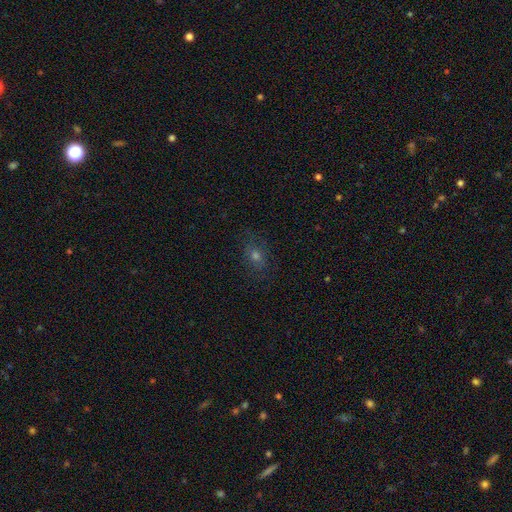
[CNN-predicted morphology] Smooth or featured: smooth — 52% (star or artifact — 27%)
How rounded: round — 50% (in between — 48%)
Merging: none — 77% (minor disturbance — 15%)